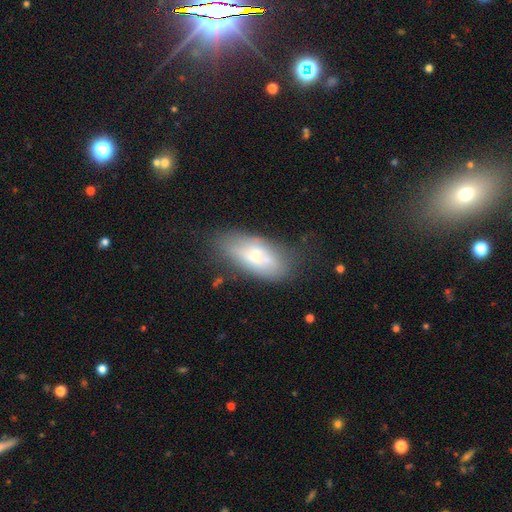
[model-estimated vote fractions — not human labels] smooth_or_featured: smooth (p=0.56) [alt: featured or disk p=0.35]
how_rounded: in between (p=0.84) [alt: cigar-shaped p=0.12]
merging: none (p=0.58) [alt: minor disturbance p=0.24]